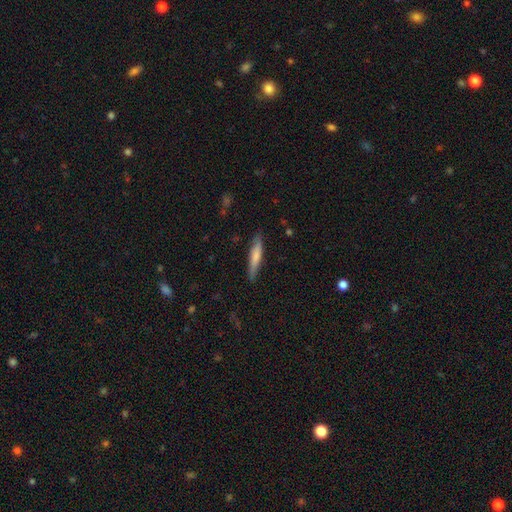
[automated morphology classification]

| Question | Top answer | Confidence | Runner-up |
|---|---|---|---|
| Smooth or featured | smooth | 69% | featured or disk (26%) |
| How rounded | cigar-shaped | 91% | in between (8%) |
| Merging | none | 85% | minor disturbance (11%) |